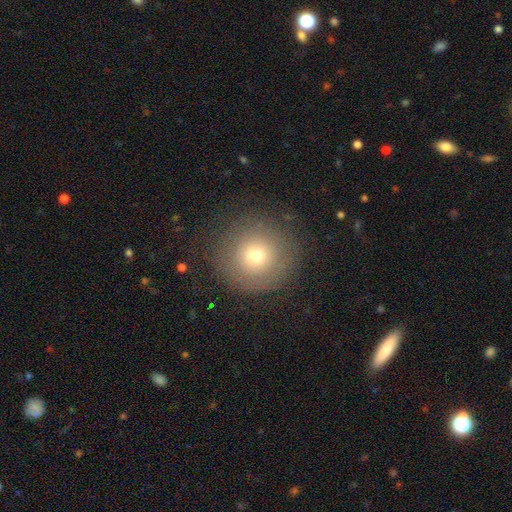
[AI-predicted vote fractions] Smooth or featured: smooth — 69% (featured or disk — 16%)
How rounded: round — 95% (in between — 4%)
Merging: none — 84% (minor disturbance — 10%)